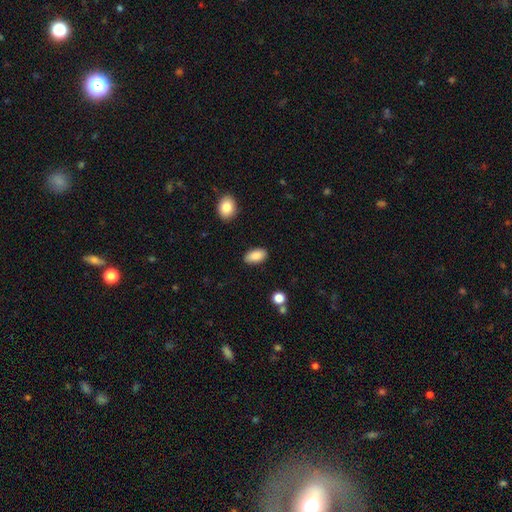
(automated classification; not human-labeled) smooth-or-featured: smooth: 88% | star or artifact: 7% | featured or disk: 5%
  how-rounded: in between: 94% | round: 4% | cigar-shaped: 3%
  merging: none: 87% | minor disturbance: 9% | major disturbance: 2% | merger: 1%